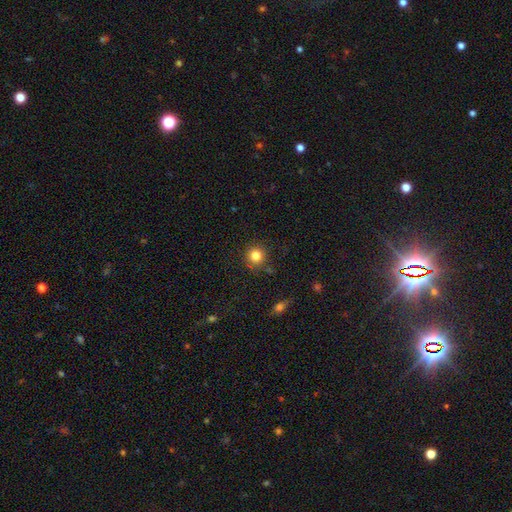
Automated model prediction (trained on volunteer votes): Smooth or featured? smooth (82%)
How rounded? round (93%)
Merging? none (86%)